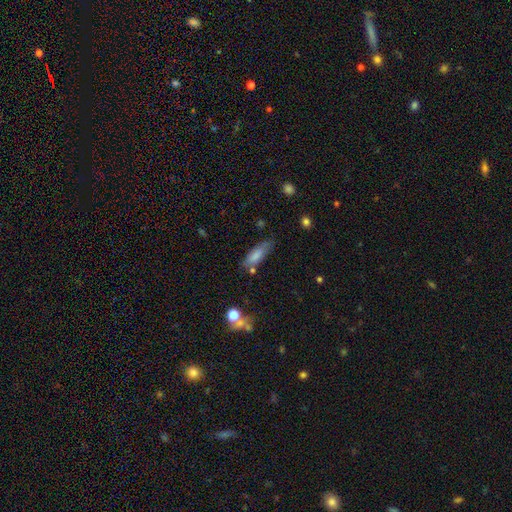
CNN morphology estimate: Smooth or featured?
  - smooth: 77% *
  - featured or disk: 15%
  - star or artifact: 8%
How rounded?
  - in between: 56% *
  - cigar-shaped: 42%
  - round: 2%
Merging?
  - none: 61% *
  - minor disturbance: 25%
  - major disturbance: 7%
  - merger: 7%